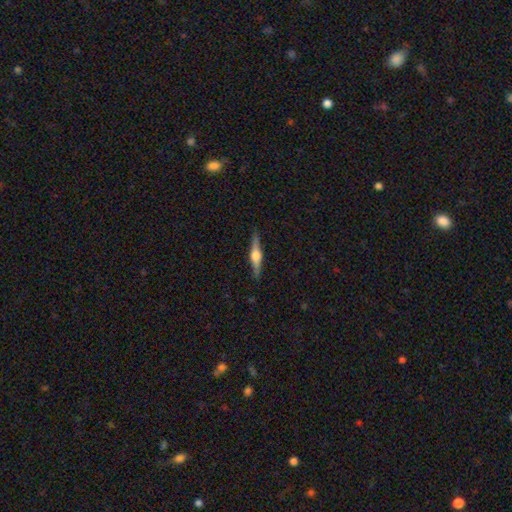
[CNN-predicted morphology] Q: Smooth or featured?
A: featured or disk (74%); runner-up: smooth (21%)
Q: Edge-on disk?
A: yes (98%); runner-up: no (2%)
Q: Edge-on bulge?
A: rounded (93%); runner-up: boxy (5%)
Q: Merging?
A: none (90%); runner-up: minor disturbance (7%)